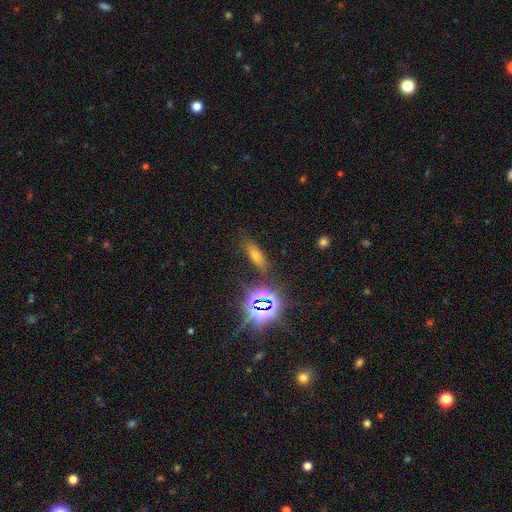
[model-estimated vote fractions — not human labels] smooth 45%, star or artifact 38%, featured or disk 17%. Down the decision tree: merging — none (81%).